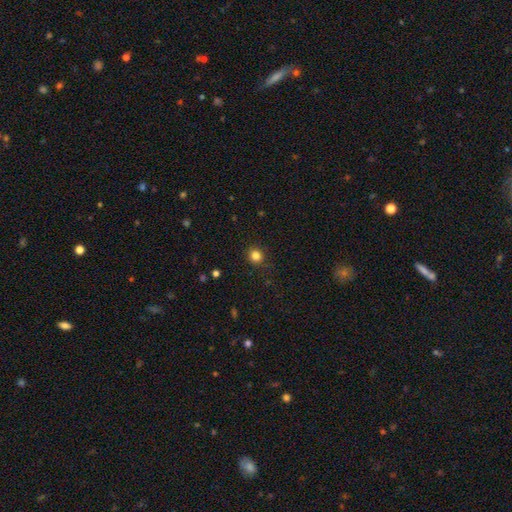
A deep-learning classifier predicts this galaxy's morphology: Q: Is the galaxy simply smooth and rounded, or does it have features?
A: smooth — 83%.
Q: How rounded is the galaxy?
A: round — 88%.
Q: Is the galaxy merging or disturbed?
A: none — 89%.